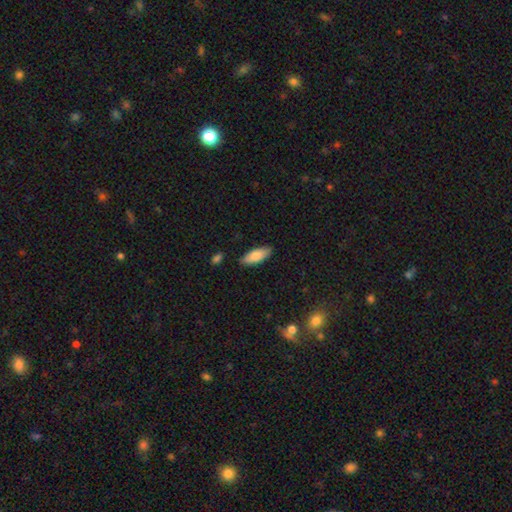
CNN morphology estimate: smooth 81%, featured or disk 13%, star or artifact 6%. Down the decision tree: how rounded — in between (75%); merging — none (85%).